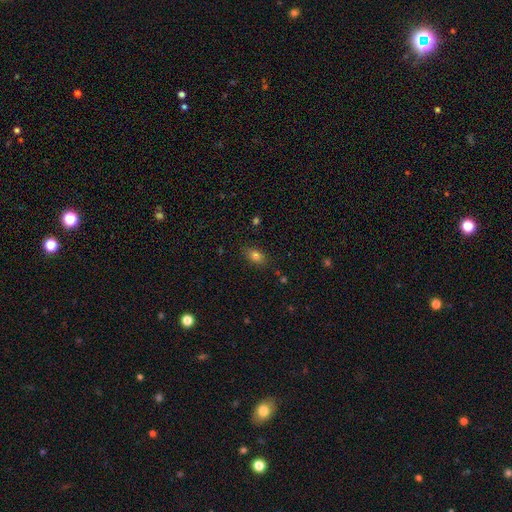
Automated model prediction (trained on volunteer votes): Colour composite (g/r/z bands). It shows a smooth galaxy with no disk features (80%) that is in between round and cigar-shaped (82%). Merging: none (83%).